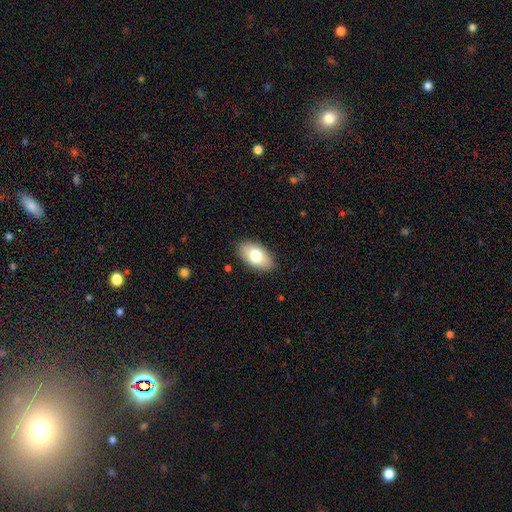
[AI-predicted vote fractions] Smooth or featured: smooth — 76% (featured or disk — 17%)
How rounded: in between — 94% (round — 5%)
Merging: none — 86% (minor disturbance — 10%)